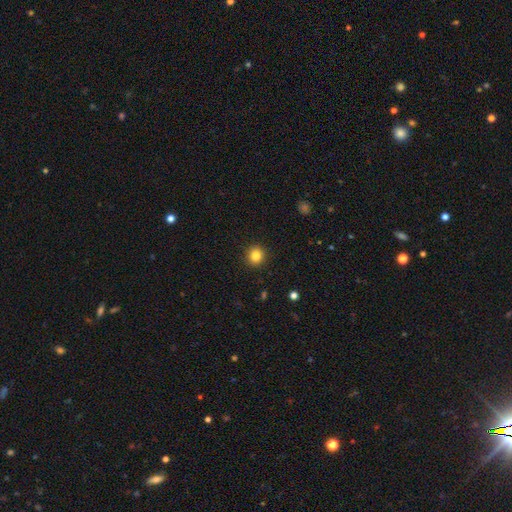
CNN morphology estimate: Smooth or featured? smooth (83%)
How rounded? round (90%)
Merging? none (92%)